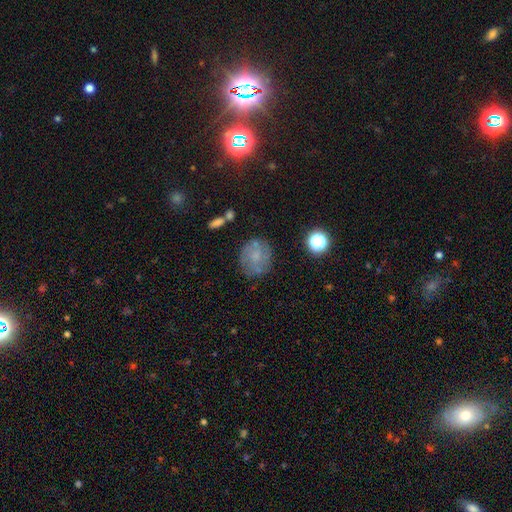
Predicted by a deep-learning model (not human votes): A smooth galaxy with no disk features (48%).

Vote fractions:
- Smooth or featured? smooth: 48% / featured or disk: 39% / star or artifact: 13%
- Merging? none: 69% / minor disturbance: 19% / major disturbance: 8% / merger: 4%